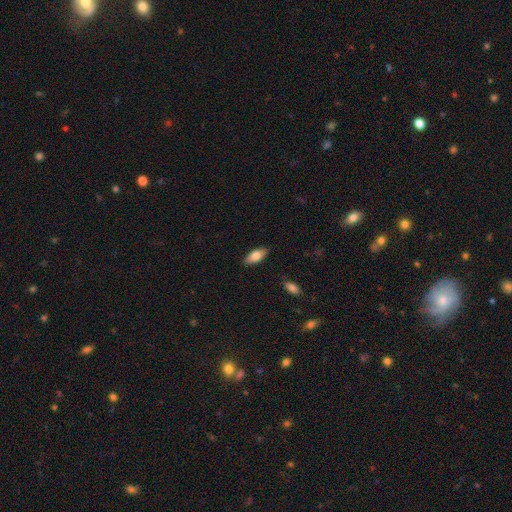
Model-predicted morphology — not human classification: type=smooth (78%); roundness=in between (85%); merging=none (86%).